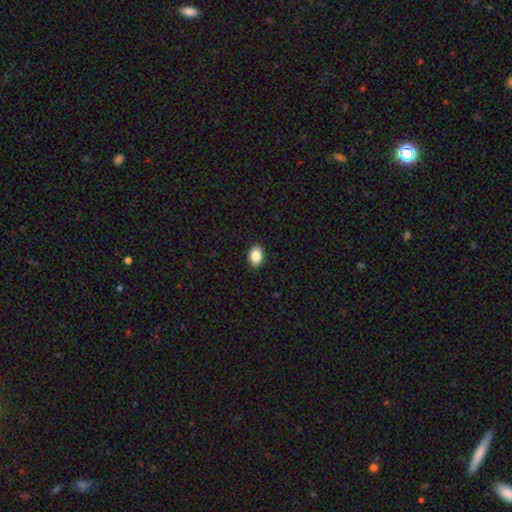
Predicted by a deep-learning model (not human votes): Overall: smooth (87%). How rounded: in between (80%). Merging: none (90%).